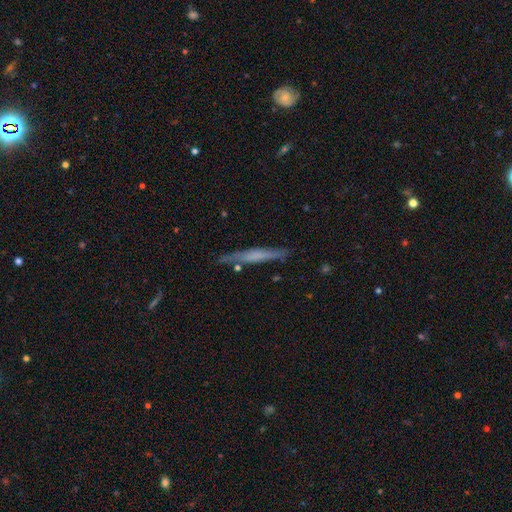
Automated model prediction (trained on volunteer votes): Smooth or featured? featured or disk (49%)
Merging? none (82%)